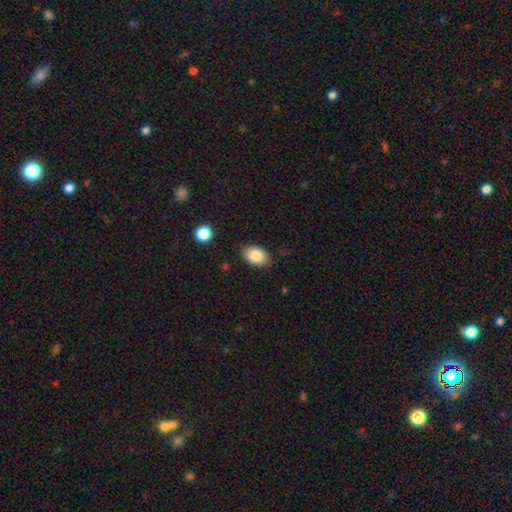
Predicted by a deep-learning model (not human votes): This is clearly a smooth galaxy (85%). How rounded: clearly in between (88%). Merging: clearly none (82%).